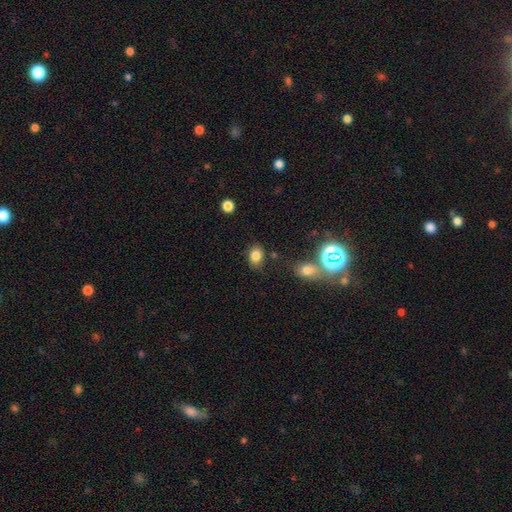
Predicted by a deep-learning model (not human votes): Morphology: type=smooth (81%); roundness=in between (64%); merging=none (79%).